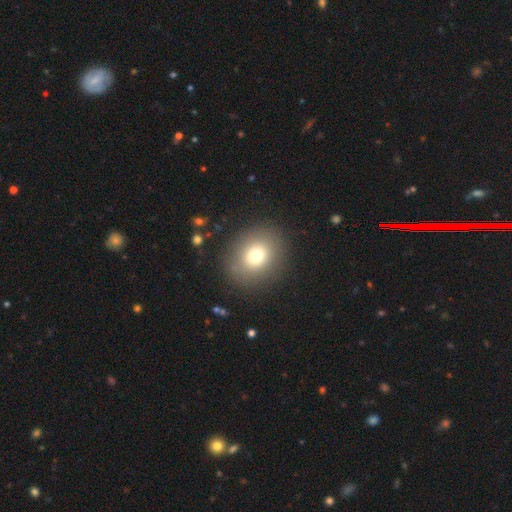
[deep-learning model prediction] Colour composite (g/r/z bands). It shows a smooth galaxy with no disk features (75%) that is round (70%). Merging: none (86%).